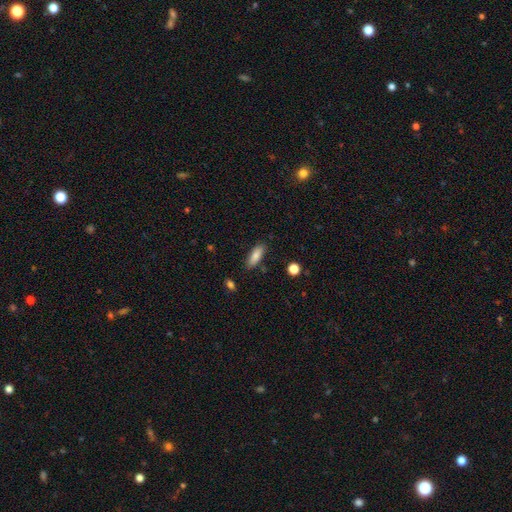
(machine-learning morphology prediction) Smooth or featured? smooth (84%)
How rounded? in between (64%)
Merging? none (83%)